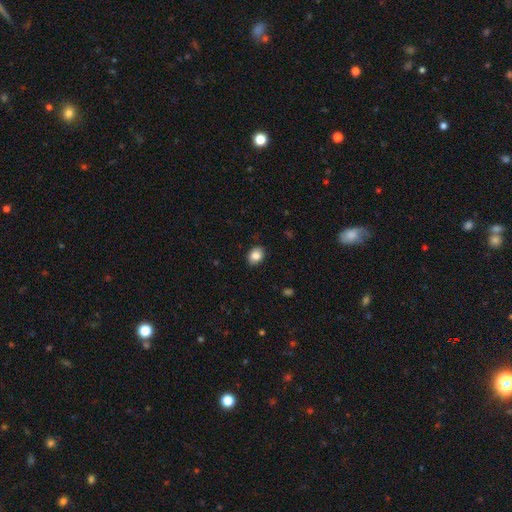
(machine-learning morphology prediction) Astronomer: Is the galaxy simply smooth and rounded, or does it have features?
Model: smooth — 85%.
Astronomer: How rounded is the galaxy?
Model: in between — 68%.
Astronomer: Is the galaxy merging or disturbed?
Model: none — 87%.